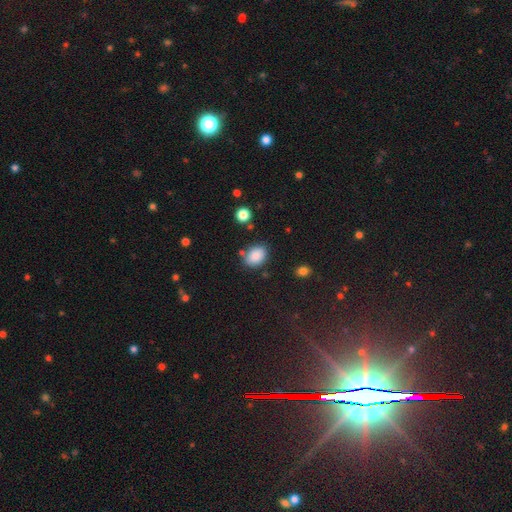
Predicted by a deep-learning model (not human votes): Morphology: type=smooth (87%); roundness=in between (71%); merging=none (78%).